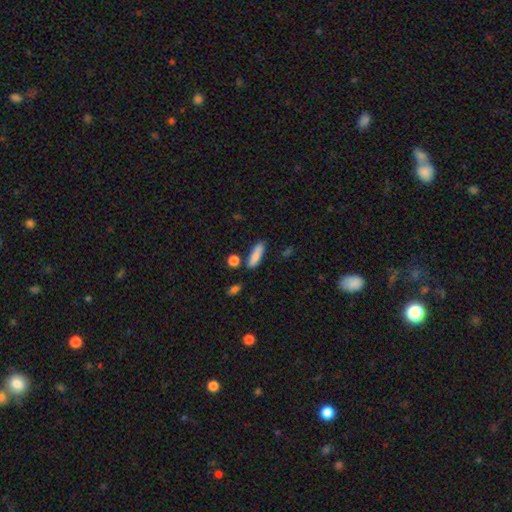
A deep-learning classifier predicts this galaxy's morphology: smooth_or_featured: smooth (p=0.84) [alt: featured or disk p=0.09]
how_rounded: cigar-shaped (p=0.59) [alt: in between p=0.38]
merging: none (p=0.78) [alt: minor disturbance p=0.13]